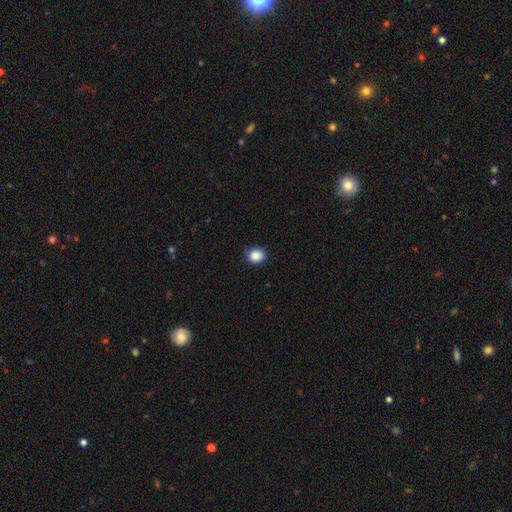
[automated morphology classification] Smooth or featured?
  - smooth: 87% *
  - star or artifact: 9%
  - featured or disk: 3%
How rounded?
  - round: 77% *
  - in between: 22%
  - cigar-shaped: 1%
Merging?
  - none: 87% *
  - minor disturbance: 10%
  - major disturbance: 2%
  - merger: 1%